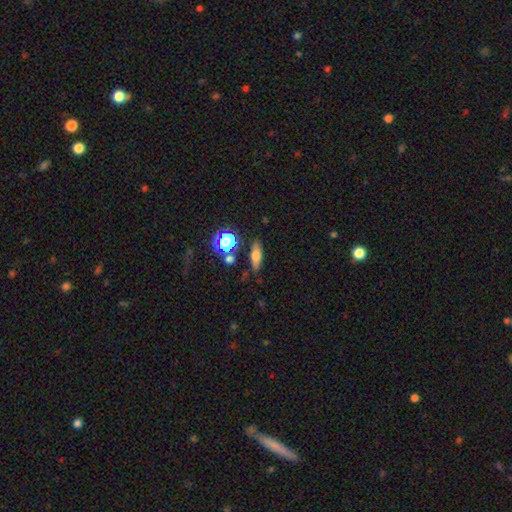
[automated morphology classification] type=smooth (62%); roundness=in between (52%); merging=none (81%).